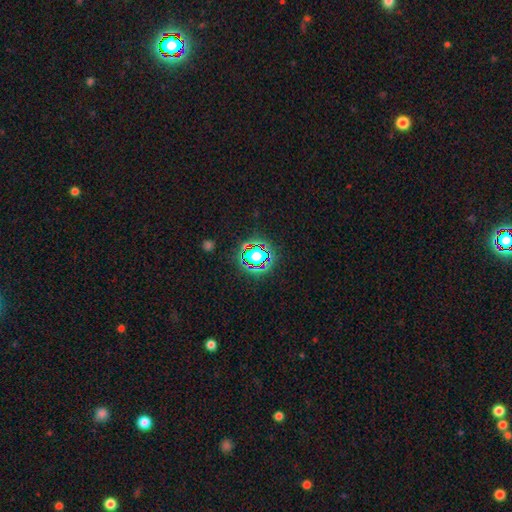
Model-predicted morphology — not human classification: Smooth or featured? Predicted: star or artifact (p=0.57).